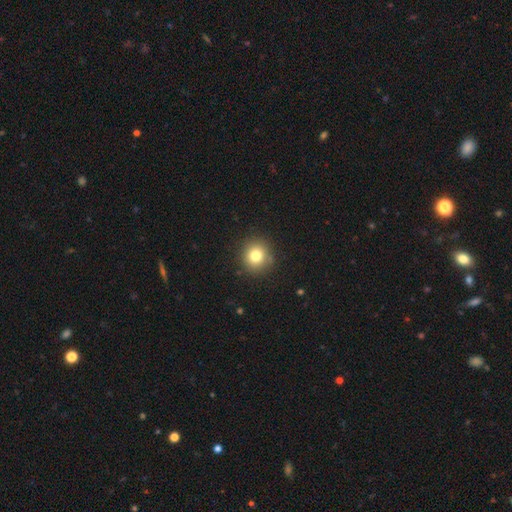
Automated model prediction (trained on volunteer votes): A smooth galaxy with no disk features (79%) that is round (92%). Merging: none (88%).